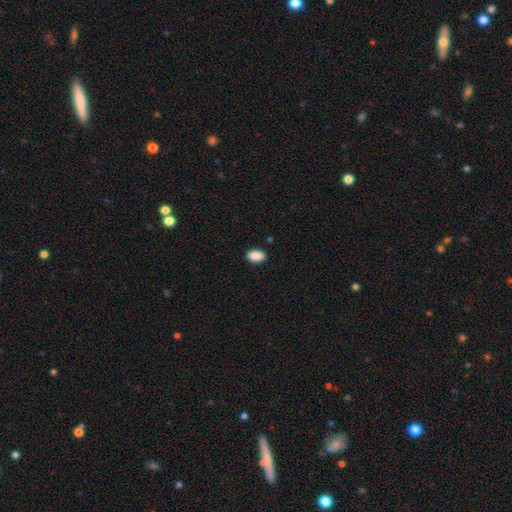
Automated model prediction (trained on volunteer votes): smooth 90%, star or artifact 7%, featured or disk 3%. Down the decision tree: how rounded — in between (91%); merging — none (88%).